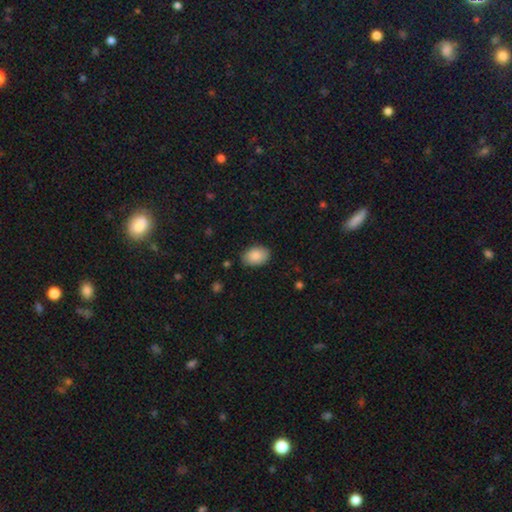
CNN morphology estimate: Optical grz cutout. It shows a smooth galaxy with no disk features (87%) that is in between round and cigar-shaped (83%). Merging: none (83%).